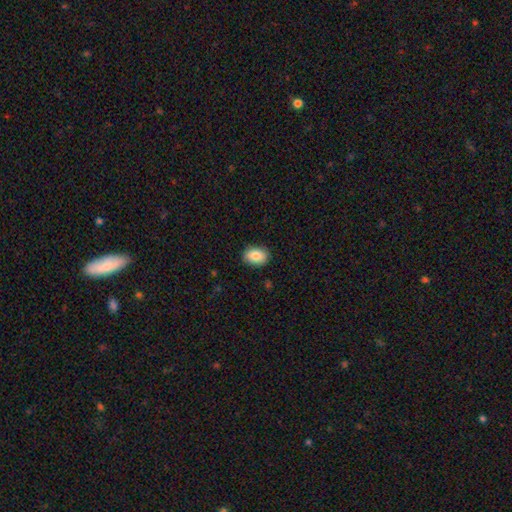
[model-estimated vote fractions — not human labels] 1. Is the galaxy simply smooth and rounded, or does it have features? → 85% smooth, 7% star or artifact, 7% featured or disk.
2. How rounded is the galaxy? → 79% in between, 20% round, 1% cigar-shaped.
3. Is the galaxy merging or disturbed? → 88% none, 9% minor disturbance, 2% major disturbance, 1% merger.